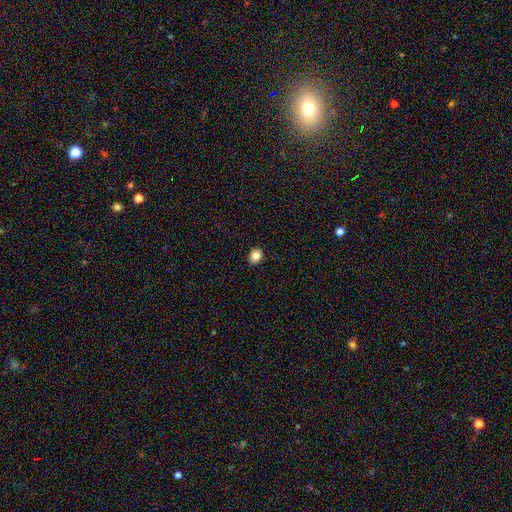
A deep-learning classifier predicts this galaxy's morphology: smooth_or_featured: smooth (p=0.84) [alt: star or artifact p=0.11]
how_rounded: round (p=0.68) [alt: in between p=0.31]
merging: none (p=0.92) [alt: minor disturbance p=0.05]